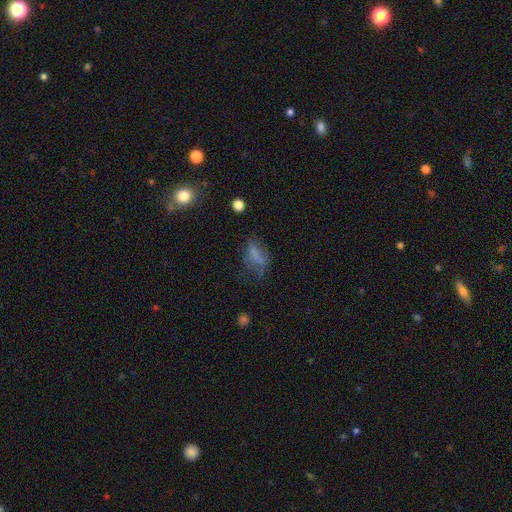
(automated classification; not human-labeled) This appears to be a smooth galaxy with no disk features (62%) that is in between round and cigar-shaped (72%). Merging: none (40%).